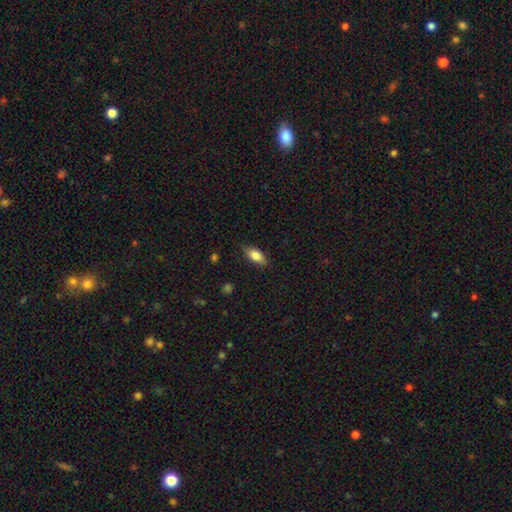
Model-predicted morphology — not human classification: The model was most divided on "smooth or featured": smooth: 80%, featured or disk: 13%, star or artifact: 7%. More confident: how rounded — in between (85%); merging — none (84%).